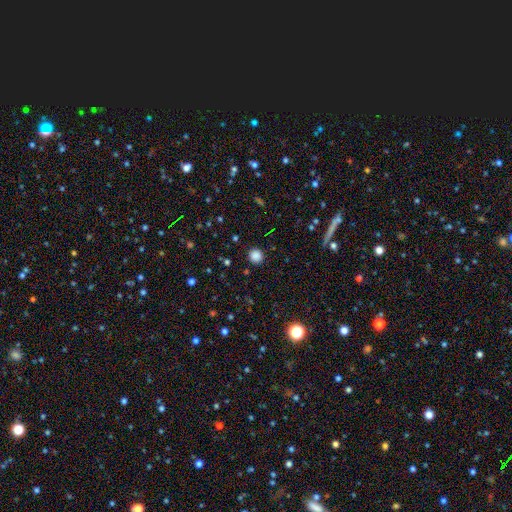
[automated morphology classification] type=smooth (84%); roundness=round (92%); merging=none (91%).